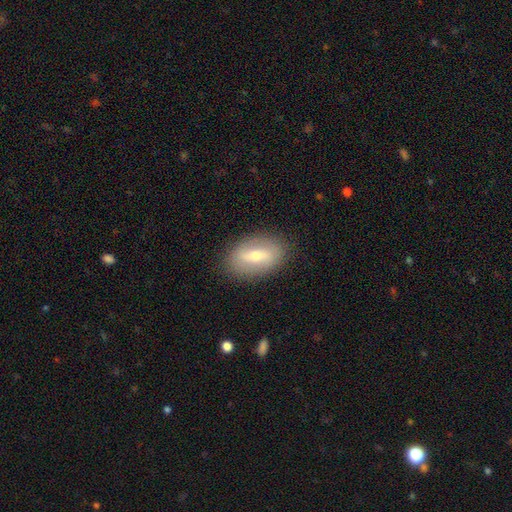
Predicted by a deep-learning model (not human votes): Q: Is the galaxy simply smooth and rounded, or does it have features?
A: featured or disk — 49%.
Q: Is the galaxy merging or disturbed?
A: none — 85%.